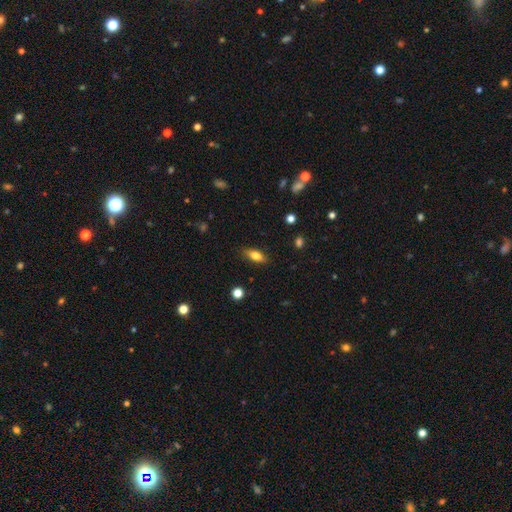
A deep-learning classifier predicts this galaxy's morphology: A smooth galaxy with no disk features (76%) that is in between round and cigar-shaped (79%).

Vote fractions:
- Smooth or featured? smooth: 76% / featured or disk: 16% / star or artifact: 8%
- How rounded? in between: 79% / cigar-shaped: 16% / round: 5%
- Merging? none: 84% / minor disturbance: 12% / major disturbance: 3% / merger: 1%